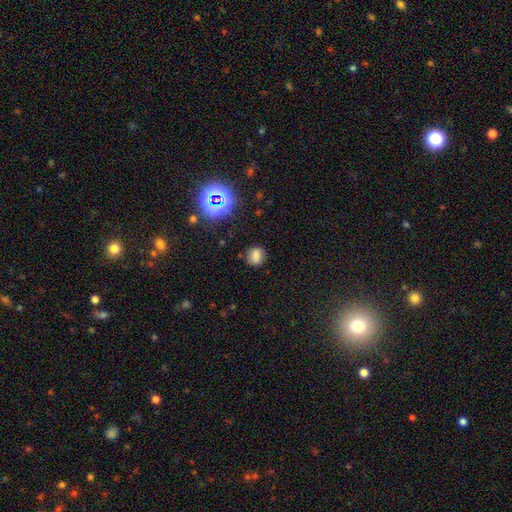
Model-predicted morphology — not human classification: This appears to be a smooth galaxy with no disk features (71%) that is round (66%). Merging: none (81%).